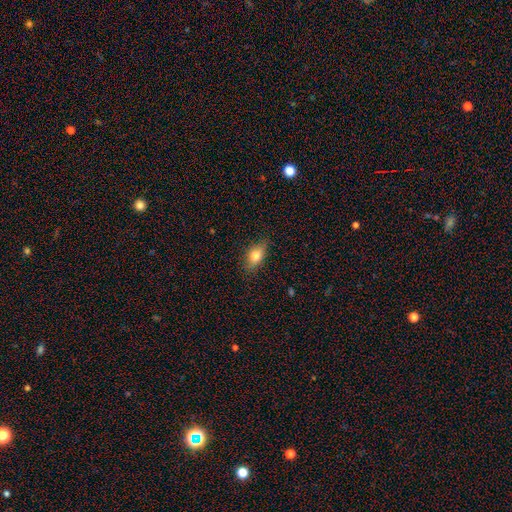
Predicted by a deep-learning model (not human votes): Smooth or featured? smooth (77%)
How rounded? in between (82%)
Merging? none (80%)